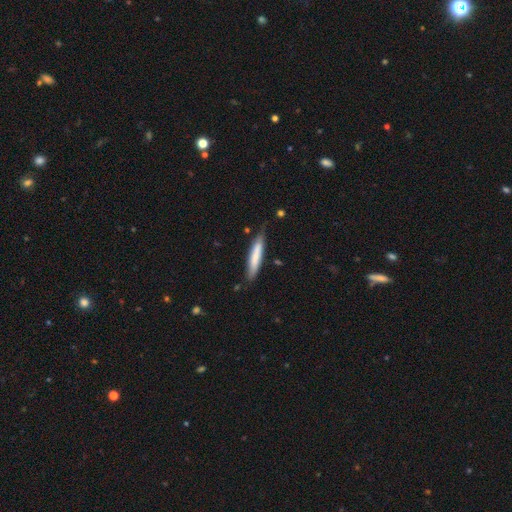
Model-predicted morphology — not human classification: A smooth galaxy with no disk features (72%) that is cigar-shaped (87%). Merging: none (74%).